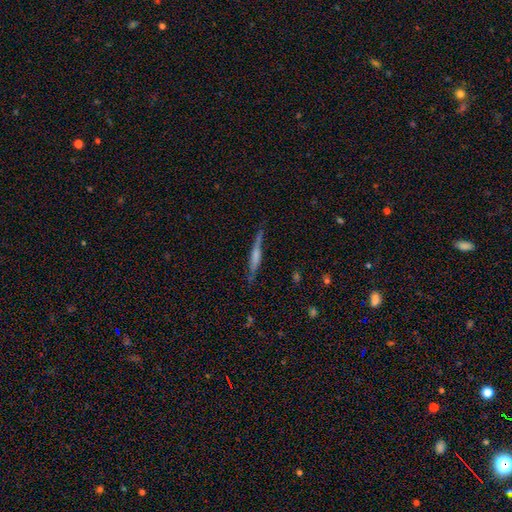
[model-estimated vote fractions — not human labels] featured or disk 50%, smooth 43%, star or artifact 7%. Down the decision tree: edge-on disk — yes (93%); merging — none (75%).